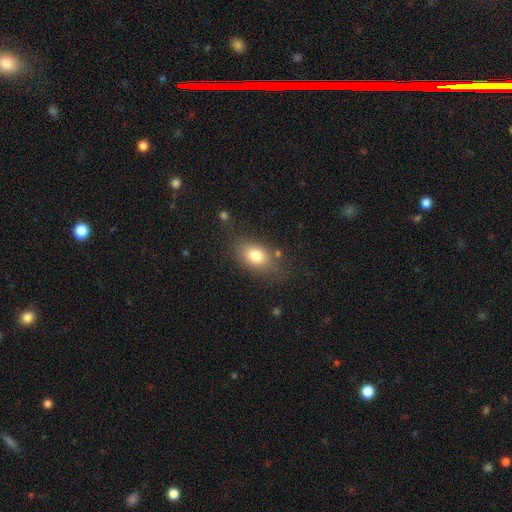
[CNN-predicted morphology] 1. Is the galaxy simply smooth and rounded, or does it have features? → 79% smooth, 11% featured or disk, 9% star or artifact.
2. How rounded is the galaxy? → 79% in between, 18% round, 3% cigar-shaped.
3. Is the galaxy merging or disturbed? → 71% none, 18% minor disturbance, 7% major disturbance, 4% merger.